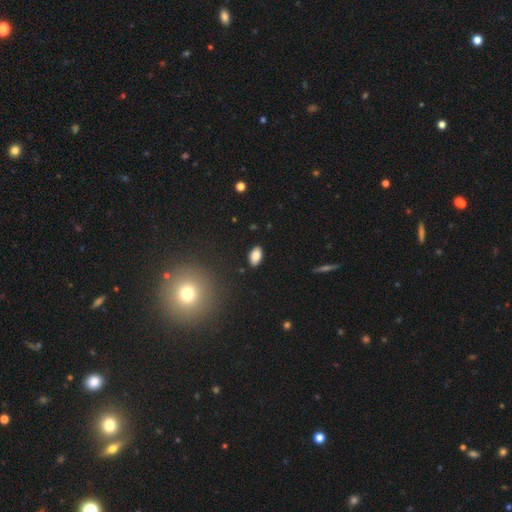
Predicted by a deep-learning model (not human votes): Smooth or featured? smooth (83%)
How rounded? in between (93%)
Merging? none (88%)